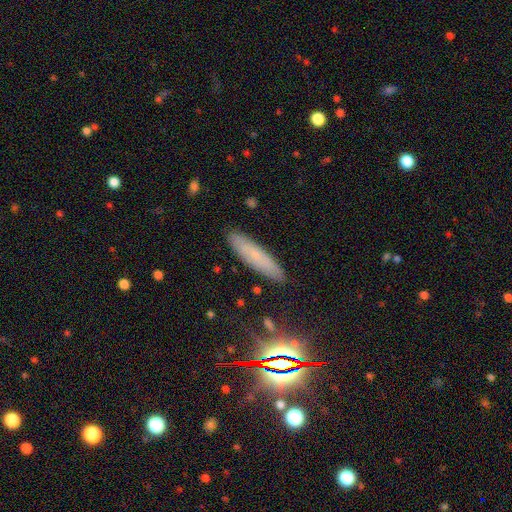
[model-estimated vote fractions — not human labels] The model was most divided on "smooth or featured": smooth: 58%, featured or disk: 27%, star or artifact: 16%. More confident: merging — none (86%); how rounded — cigar-shaped (76%).